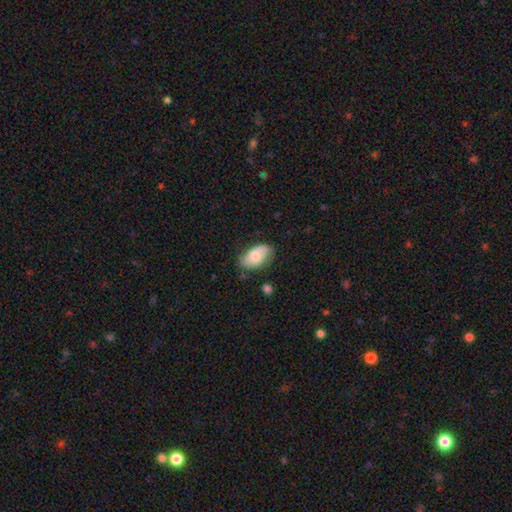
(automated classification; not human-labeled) A smooth galaxy with no disk features (71%) that is in between round and cigar-shaped (93%).

Vote fractions:
- Smooth or featured? smooth: 71% / featured or disk: 23% / star or artifact: 6%
- How rounded? in between: 93% / round: 5% / cigar-shaped: 2%
- Merging? none: 69% / minor disturbance: 24% / major disturbance: 5% / merger: 2%